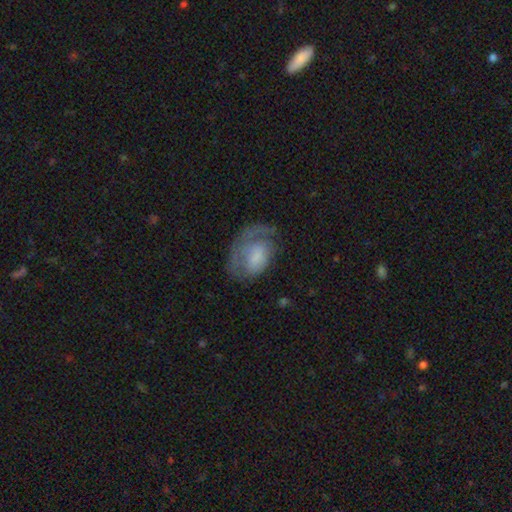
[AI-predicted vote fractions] This is possibly a featured or disk galaxy (47%). Merging: marginally none (41%).